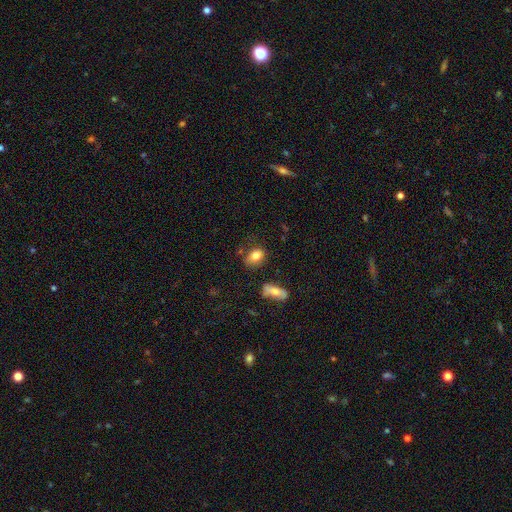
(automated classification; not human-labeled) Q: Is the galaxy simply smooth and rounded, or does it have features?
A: smooth — 80%.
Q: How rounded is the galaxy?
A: in between — 76%.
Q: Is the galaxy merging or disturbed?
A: none — 61%.